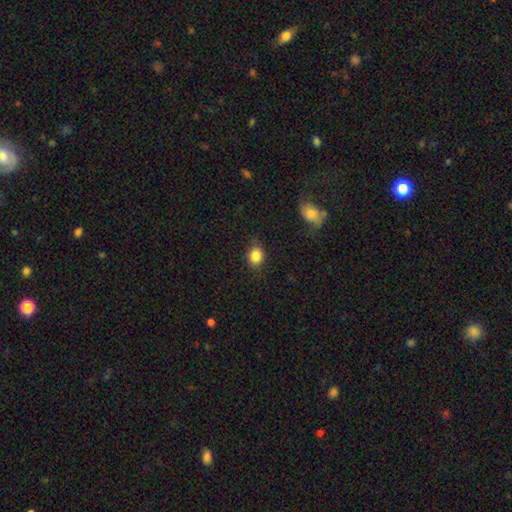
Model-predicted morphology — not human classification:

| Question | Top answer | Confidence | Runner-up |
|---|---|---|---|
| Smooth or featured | smooth | 85% | star or artifact (10%) |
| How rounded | round | 64% | in between (35%) |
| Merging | none | 80% | minor disturbance (14%) |